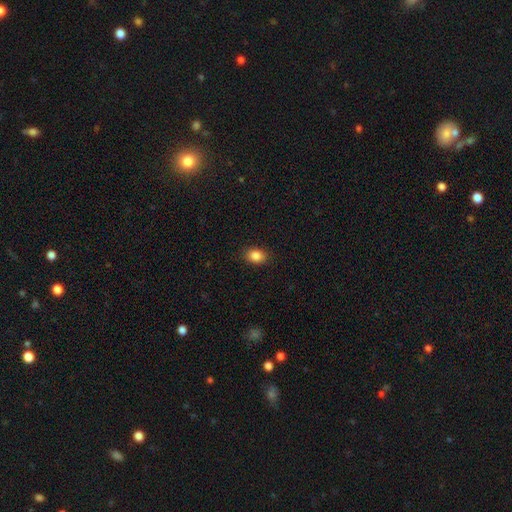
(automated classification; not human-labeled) smooth-or-featured: smooth: 87% | star or artifact: 9% | featured or disk: 4%
  how-rounded: in between: 67% | round: 32% | cigar-shaped: 1%
  merging: none: 88% | minor disturbance: 9% | major disturbance: 2% | merger: 1%